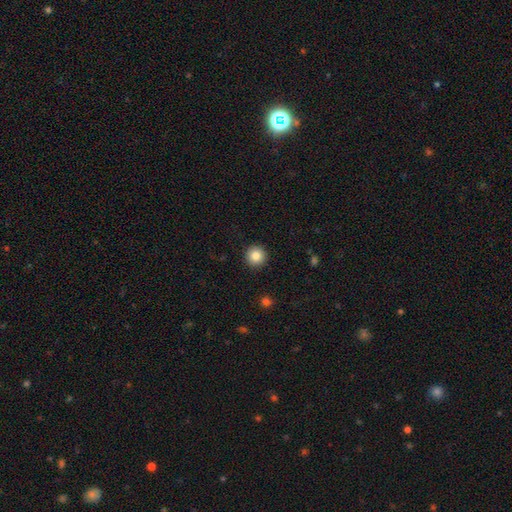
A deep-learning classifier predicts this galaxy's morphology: A smooth galaxy with no disk features (85%) that is round (96%). Merging: none (92%).